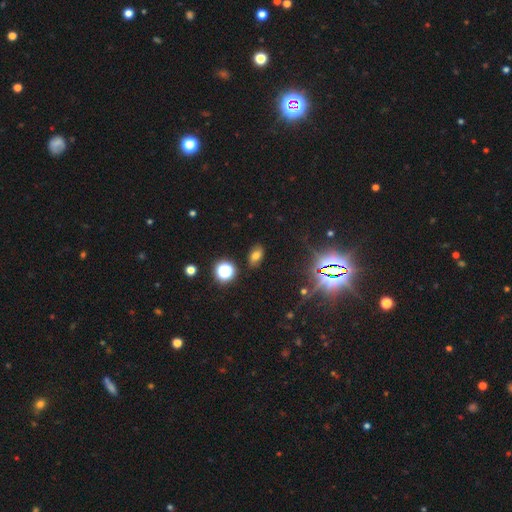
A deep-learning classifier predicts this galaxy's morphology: smooth_or_featured: smooth (p=0.61) [alt: star or artifact p=0.26]
how_rounded: in between (p=0.83) [alt: round p=0.15]
merging: none (p=0.85) [alt: minor disturbance p=0.10]